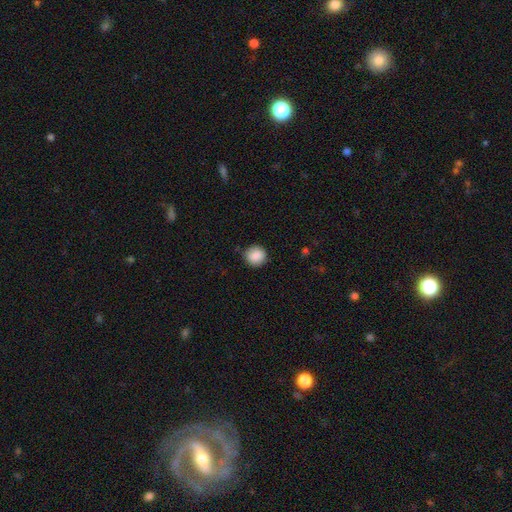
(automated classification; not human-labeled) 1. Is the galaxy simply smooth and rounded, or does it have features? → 88% smooth, 8% star or artifact, 4% featured or disk.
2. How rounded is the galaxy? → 90% round, 9% in between, 1% cigar-shaped.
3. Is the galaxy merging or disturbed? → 85% none, 11% minor disturbance, 3% major disturbance, 1% merger.